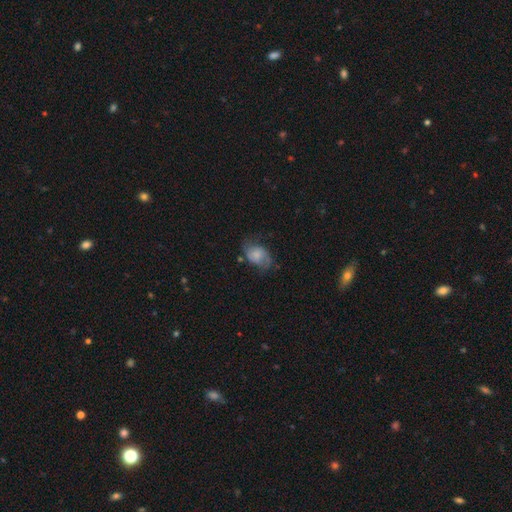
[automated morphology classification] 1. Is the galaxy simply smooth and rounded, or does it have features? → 53% smooth, 39% featured or disk, 9% star or artifact.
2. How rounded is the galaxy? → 74% in between, 25% round, 1% cigar-shaped.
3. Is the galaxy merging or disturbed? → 51% none, 29% minor disturbance, 18% major disturbance, 3% merger.